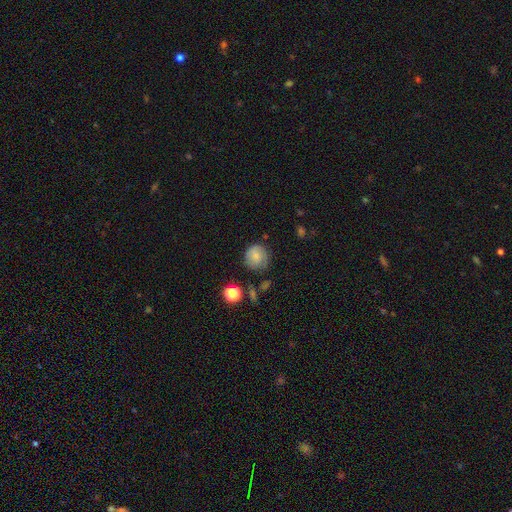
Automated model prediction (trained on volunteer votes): A smooth galaxy with no disk features (75%) that is round (88%).

Vote fractions:
- Smooth or featured? smooth: 75% / featured or disk: 15% / star or artifact: 10%
- How rounded? round: 88% / in between: 11% / cigar-shaped: 1%
- Merging? none: 72% / minor disturbance: 19% / major disturbance: 6% / merger: 3%